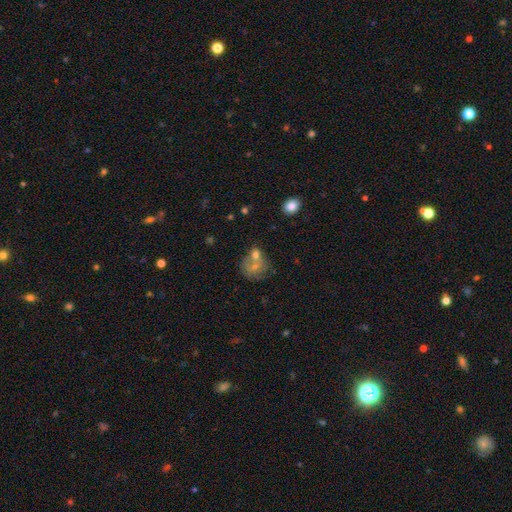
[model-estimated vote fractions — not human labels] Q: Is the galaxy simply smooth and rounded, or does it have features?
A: smooth — 63%.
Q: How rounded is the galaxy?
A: round — 71%.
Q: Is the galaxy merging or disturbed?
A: merger — 44%.